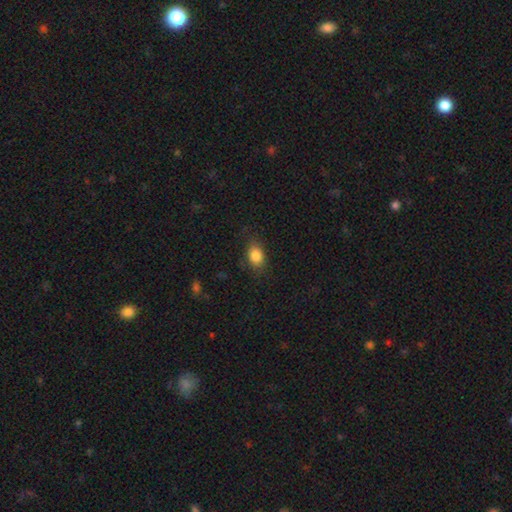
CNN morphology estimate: This appears to be a smooth galaxy with no disk features (85%) that is in between round and cigar-shaped (74%). Merging: none (79%).